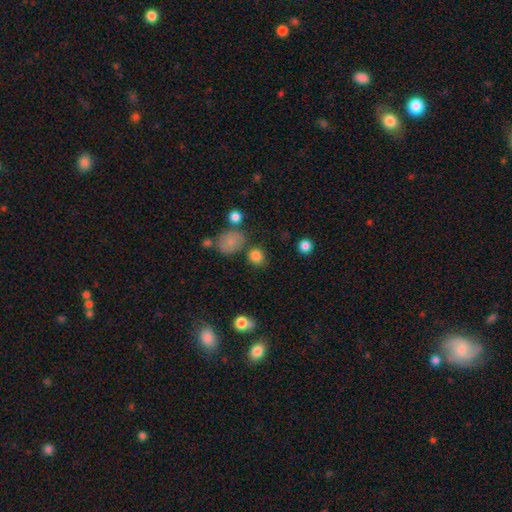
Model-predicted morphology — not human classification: This appears to be a smooth galaxy with no disk features (82%) that is round (77%). Merging: none (74%).